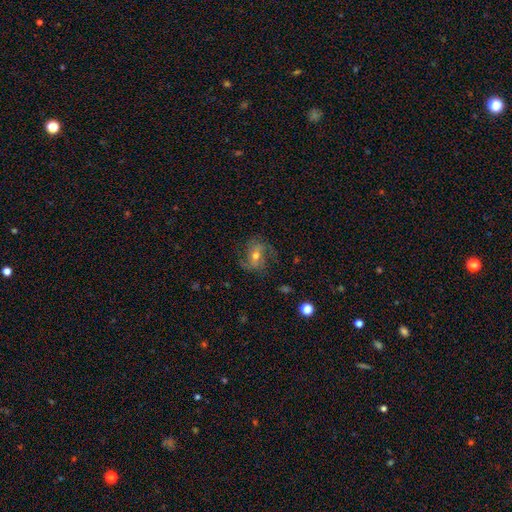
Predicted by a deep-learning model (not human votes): smooth-or-featured: featured or disk: 66% | smooth: 24% | star or artifact: 10%
  disk-edge-on: no: 95% | yes: 5%
    bar: no: 41% | weak: 38% | strong: 21%
    has-spiral-arms: yes: 85% | no: 15%
      spiral-winding: medium: 44% | loose: 38% | tight: 18%
      spiral-arm-count: 2: 72% | can't tell: 13% | 3: 7% | 1: 5% | 4: 2% | more than 4: 2%
    bulge-size: moderate: 64% | small: 30% | large: 4% | none: 1% | dominant: 1%
  merging: none: 67% | minor disturbance: 19% | major disturbance: 13% | merger: 2%